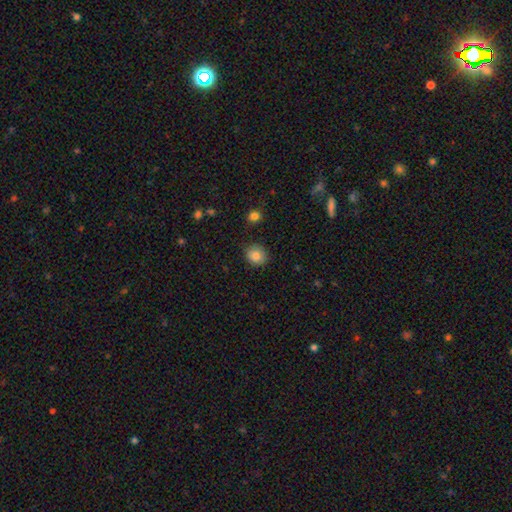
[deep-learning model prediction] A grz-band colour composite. It shows a smooth galaxy with no disk features (84%) that is round (77%). Merging: none (85%).